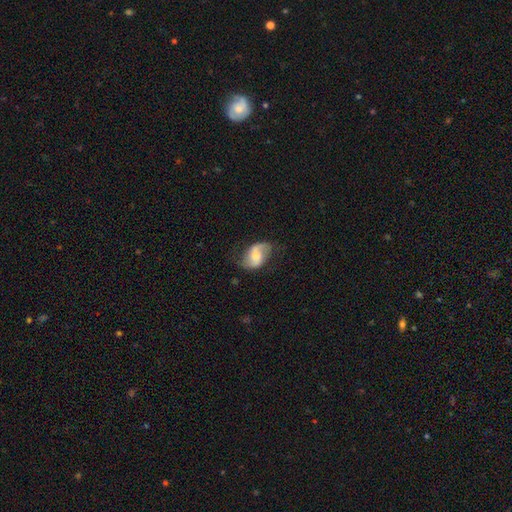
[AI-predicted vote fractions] This appears to be a featured or disk galaxy (71%) with a weak bar (42%, tied with no), 2 (89%) loose (64%) spiral arms (91%) and a moderate central bulge (55%). Merging: none (70%).